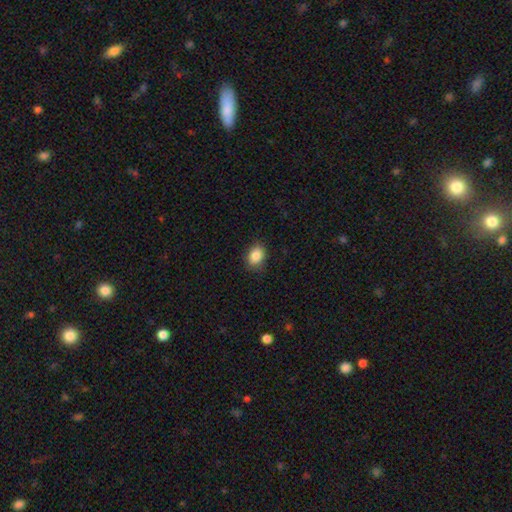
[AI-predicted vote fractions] Smooth or featured? Predicted: smooth (p=0.86). How rounded? Predicted: in between (p=0.66). Merging? Predicted: none (p=0.84).